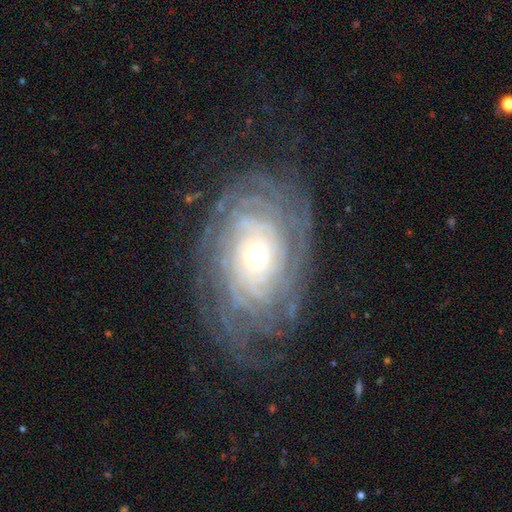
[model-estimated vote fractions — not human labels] A featured or disk galaxy (85%) with no bar (78%), tight (81%) spiral arms (95%) and a small central bulge (53%). Merging: none (75%).